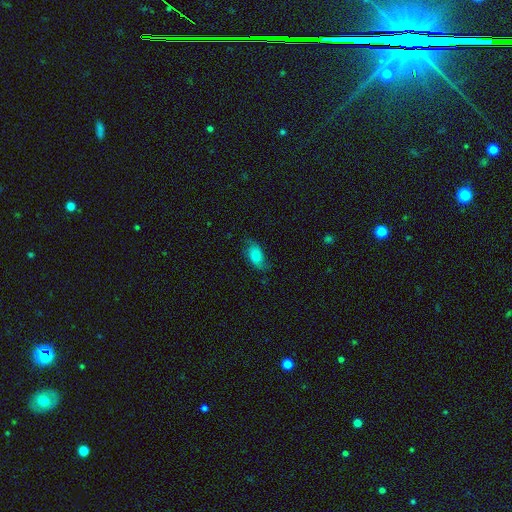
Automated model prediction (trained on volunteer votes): smooth 65%, featured or disk 26%, star or artifact 9%. Down the decision tree: how rounded — in between (88%); merging — none (69%).